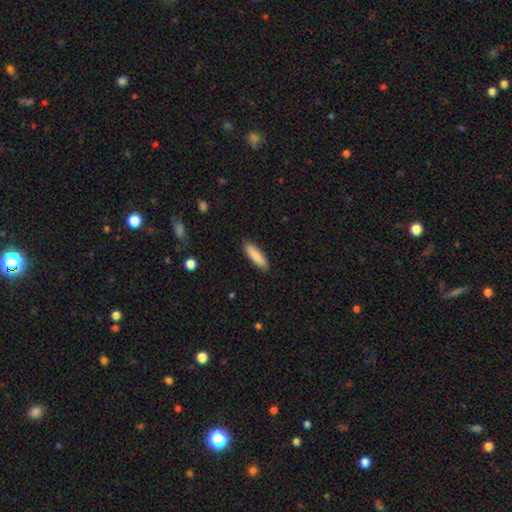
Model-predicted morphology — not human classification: The model was most divided on "how rounded": cigar-shaped: 64%, in between: 34%, round: 1%. More confident: merging — none (89%); smooth or featured — smooth (85%).